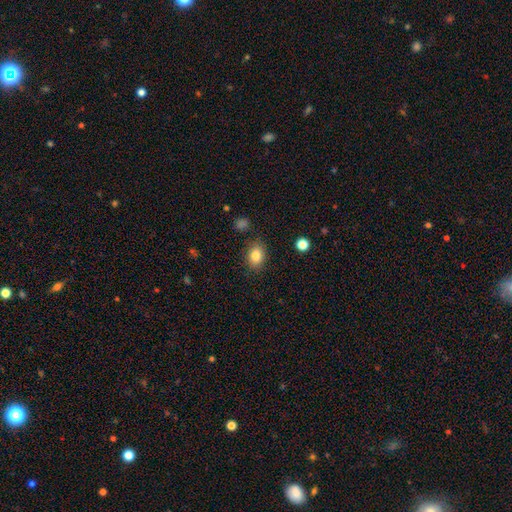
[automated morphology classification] smooth_or_featured: smooth (p=0.83) [alt: star or artifact p=0.09]
how_rounded: in between (p=0.68) [alt: round p=0.30]
merging: none (p=0.84) [alt: minor disturbance p=0.11]